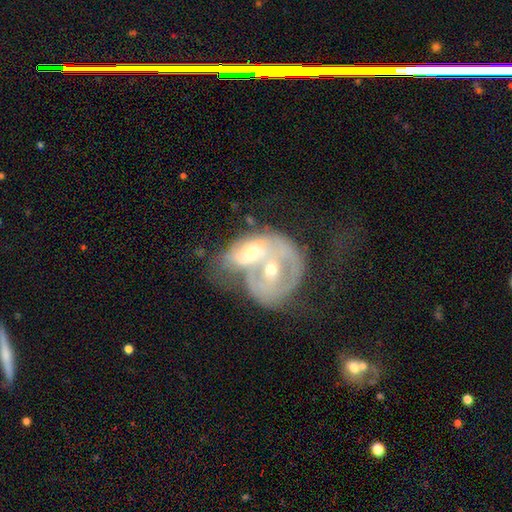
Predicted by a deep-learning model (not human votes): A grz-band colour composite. It shows a featured or disk galaxy (65%) with no bar (69%), no spiral arms (54%) and a moderate central bulge (58%). Merging: merger (79%).